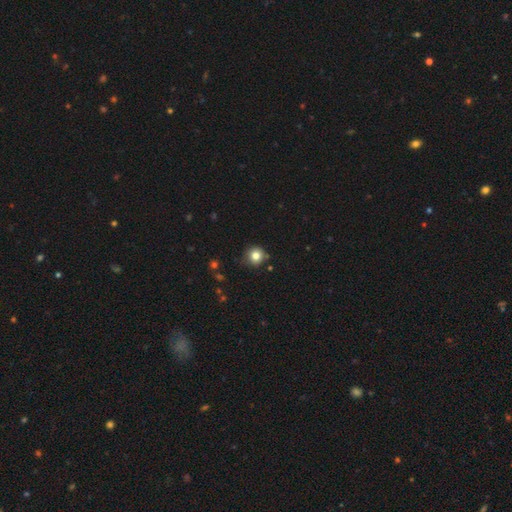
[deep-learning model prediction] The model was most divided on "merging": none: 81%, minor disturbance: 13%, merger: 3%, major disturbance: 3%. More confident: how rounded — round (93%); smooth or featured — smooth (81%).